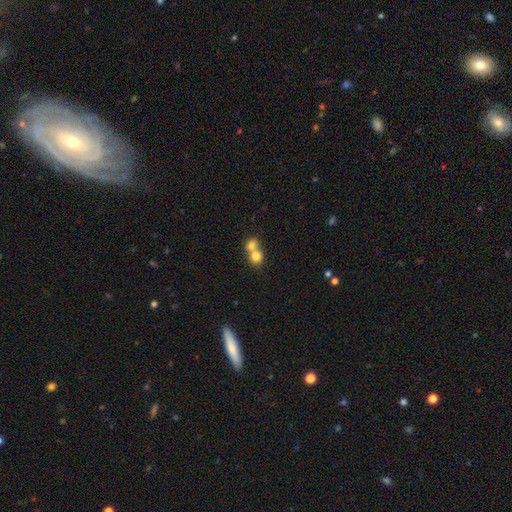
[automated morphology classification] smooth 77%, featured or disk 13%, star or artifact 10%. Down the decision tree: how rounded — round (80%); merging — merger (63%).